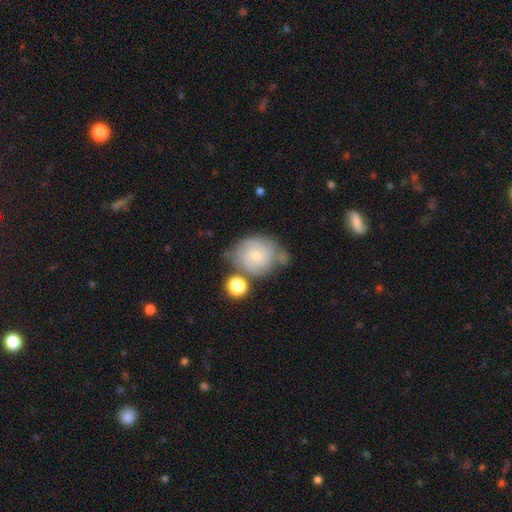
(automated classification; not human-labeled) This is possibly a featured or disk galaxy (55%). It is clearly not viewed edge-on (97%). Bar: likely no (71%). Spiral arm pattern: likely yes (76%). Central bulge: possibly small (58%). Merging: possibly none (47%).